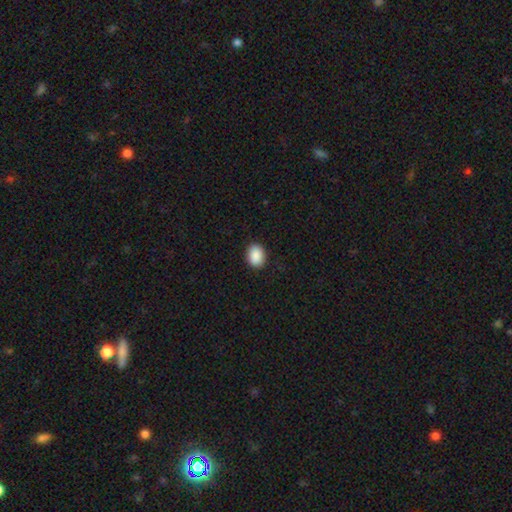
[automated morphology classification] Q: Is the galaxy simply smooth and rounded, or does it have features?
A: smooth — 90%.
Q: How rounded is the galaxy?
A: in between — 72%.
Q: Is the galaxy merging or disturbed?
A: none — 90%.